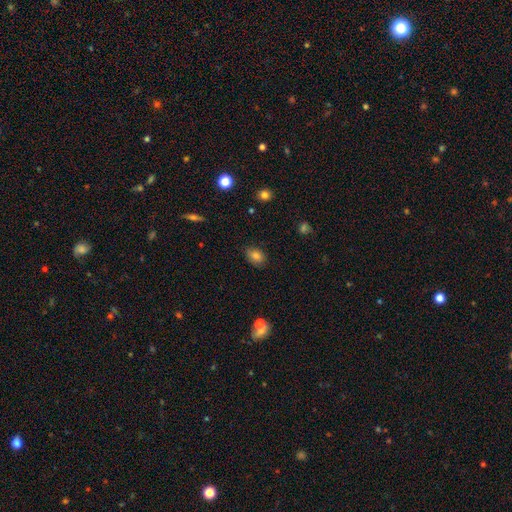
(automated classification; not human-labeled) Overall: smooth (80%). How rounded: in between (71%). Merging: none (82%).